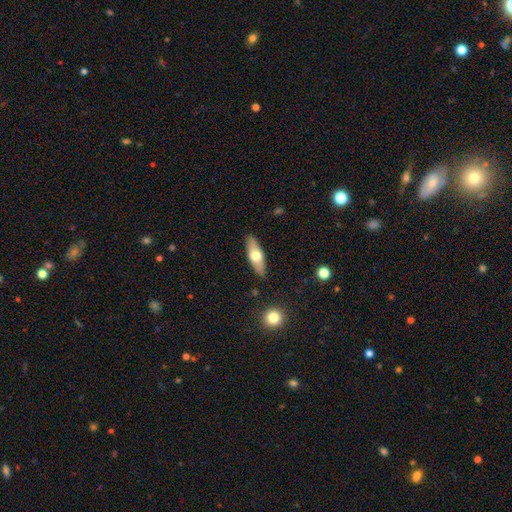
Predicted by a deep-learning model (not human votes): smooth 57%, featured or disk 37%, star or artifact 6%. Down the decision tree: how rounded — in between (58%); merging — none (87%).